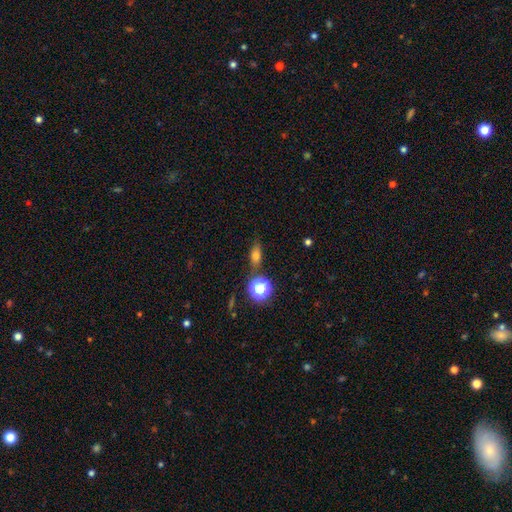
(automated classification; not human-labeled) Smooth or featured? Predicted: smooth (p=0.69). How rounded? Predicted: in between (p=0.64). Merging? Predicted: none (p=0.76).